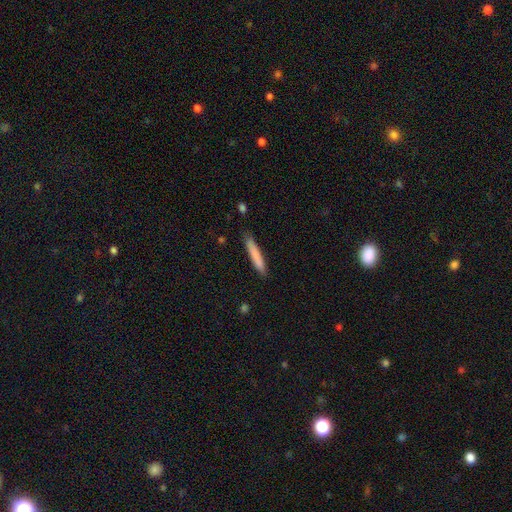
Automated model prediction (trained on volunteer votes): A smooth galaxy with no disk features (80%) that is cigar-shaped (94%). Merging: none (85%).